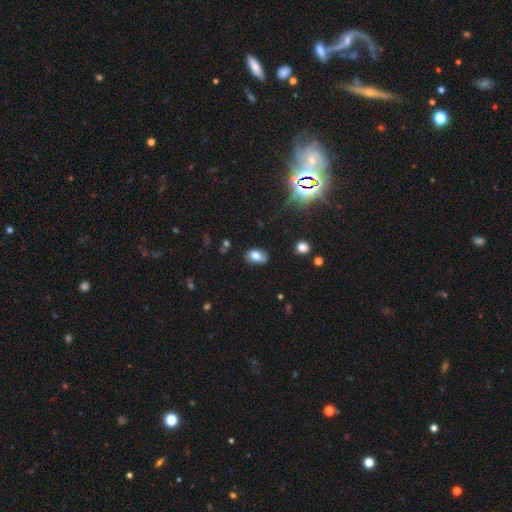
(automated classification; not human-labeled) smooth_or_featured: smooth (p=0.76) [alt: featured or disk p=0.13]
how_rounded: in between (p=0.85) [alt: round p=0.13]
merging: none (p=0.70) [alt: minor disturbance p=0.21]